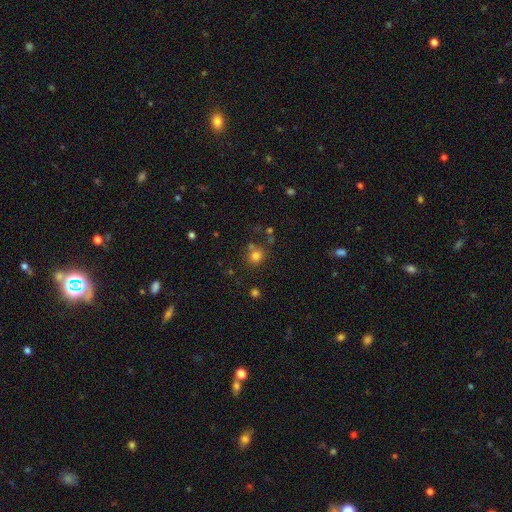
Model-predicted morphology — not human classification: Smooth or featured: smooth — 77% (star or artifact — 16%)
How rounded: round — 84% (in between — 15%)
Merging: none — 69% (merger — 14%)